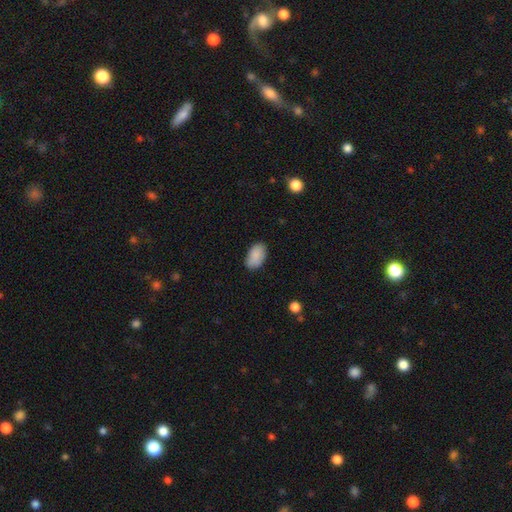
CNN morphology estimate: The model was most divided on "merging": none: 83%, minor disturbance: 13%, major disturbance: 3%, merger: 1%. More confident: how rounded — in between (94%); smooth or featured — smooth (89%).